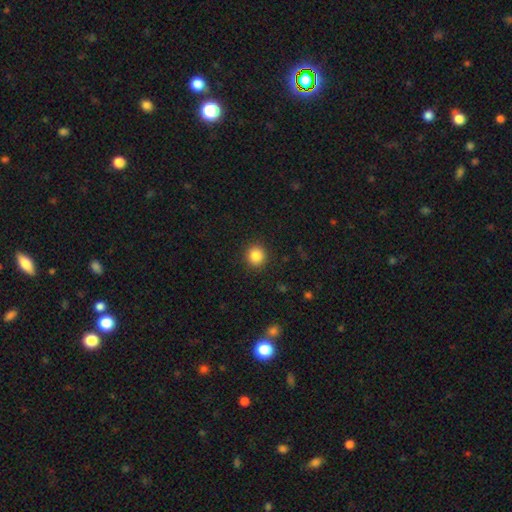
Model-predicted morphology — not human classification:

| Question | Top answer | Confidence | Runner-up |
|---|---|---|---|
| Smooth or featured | smooth | 86% | star or artifact (10%) |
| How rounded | round | 92% | in between (7%) |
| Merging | none | 92% | minor disturbance (5%) |